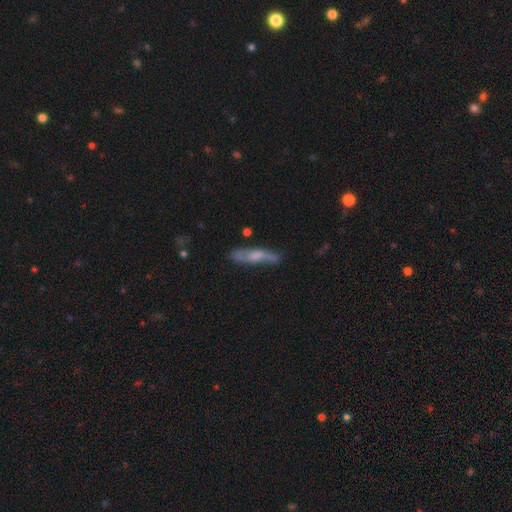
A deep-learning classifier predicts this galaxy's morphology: smooth-or-featured: featured or disk: 49% | smooth: 43% | star or artifact: 8%
  merging: none: 64% | minor disturbance: 23% | major disturbance: 9% | merger: 4%